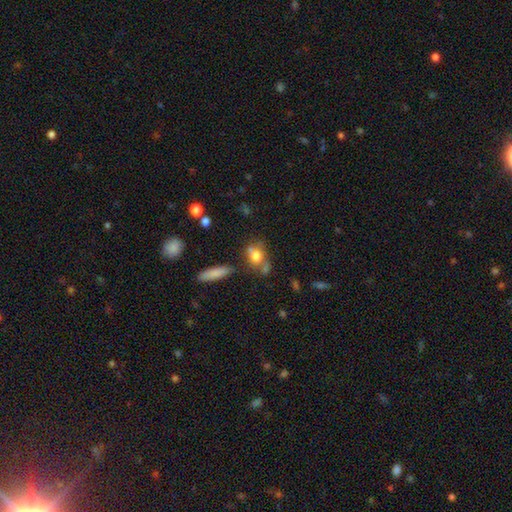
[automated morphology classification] smooth 71%, featured or disk 19%, star or artifact 10%. Down the decision tree: how rounded — in between (54%); merging — none (50%).